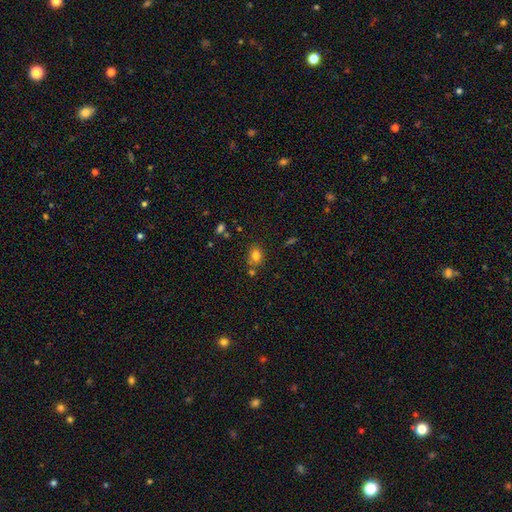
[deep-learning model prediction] Smooth or featured? Predicted: smooth (p=0.78). How rounded? Predicted: round (p=0.58). Merging? Predicted: none (p=0.69).